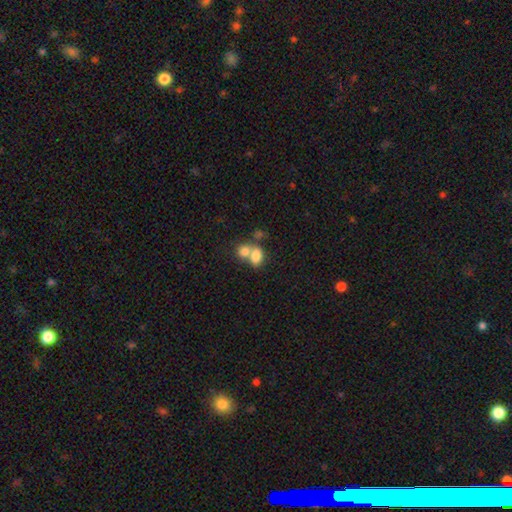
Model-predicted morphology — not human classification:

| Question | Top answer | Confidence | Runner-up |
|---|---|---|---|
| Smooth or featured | smooth | 77% | featured or disk (13%) |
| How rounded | in between | 73% | round (25%) |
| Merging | merger | 59% | none (28%) |